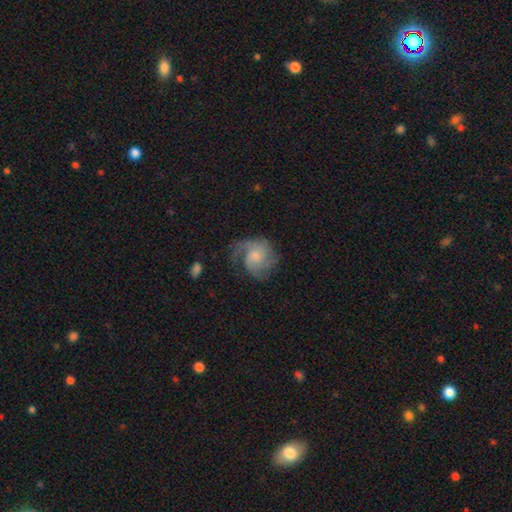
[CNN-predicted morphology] Overall: featured or disk (74%). Edge-on disk: no (98%). Bar: no (70%). Spiral arms: yes (93%). Spiral arm count: 2 (34%; can't tell 22%). Spiral winding: medium (45%; tight 31%). Bulge size: small (48%; moderate 34%). Merging: none (53%; major disturbance 23%).